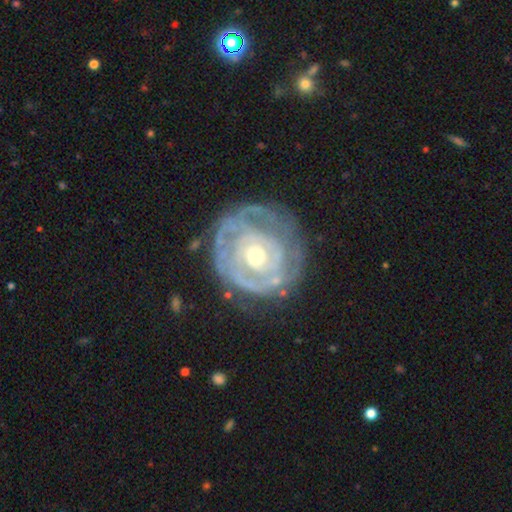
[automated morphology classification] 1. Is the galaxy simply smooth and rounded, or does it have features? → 80% featured or disk, 15% smooth, 6% star or artifact.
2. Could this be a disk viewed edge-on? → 97% no, 3% yes.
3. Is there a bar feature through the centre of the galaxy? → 78% no, 17% weak, 5% strong.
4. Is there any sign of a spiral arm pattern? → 72% yes, 28% no.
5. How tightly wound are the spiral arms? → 77% tight, 16% medium, 6% loose.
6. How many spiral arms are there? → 53% can't tell, 17% 2, 11% 3, 9% 1, 6% 4, 5% more than 4.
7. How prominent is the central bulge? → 55% moderate, 39% small, 4% large, 1% none, 1% dominant.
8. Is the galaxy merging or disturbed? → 65% none, 20% minor disturbance, 12% major disturbance, 2% merger.